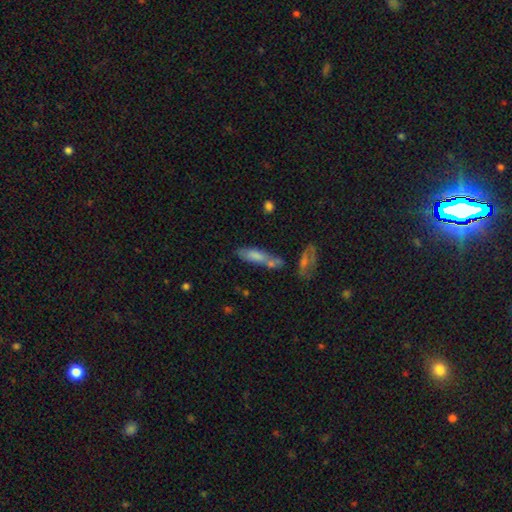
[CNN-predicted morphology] The model was most divided on "merging": merger: 39%, none: 38%, minor disturbance: 16%, major disturbance: 7%. More confident: smooth or featured — smooth (73%); how rounded — cigar-shaped (53%).